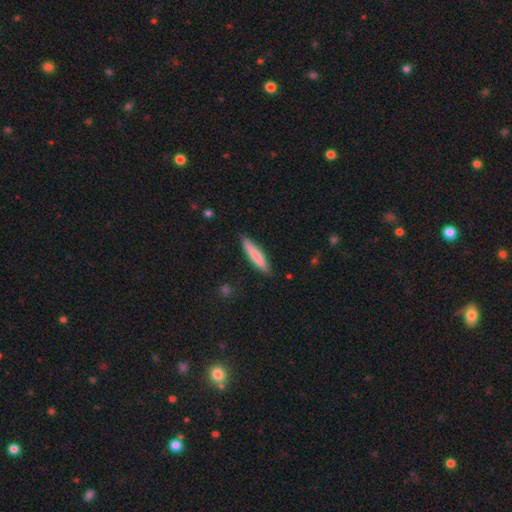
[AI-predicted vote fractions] A smooth galaxy with no disk features (78%) that is cigar-shaped (88%). Merging: none (84%).